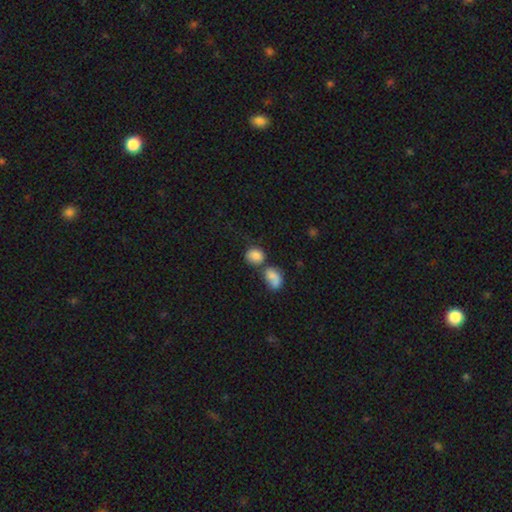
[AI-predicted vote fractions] A smooth galaxy with no disk features (83%) that is round (57%). Merging: merger (41%, tied with none).